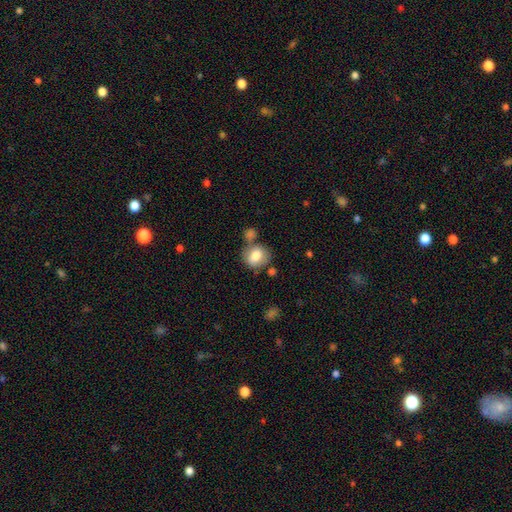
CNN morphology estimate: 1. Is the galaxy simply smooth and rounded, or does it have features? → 78% smooth, 14% featured or disk, 8% star or artifact.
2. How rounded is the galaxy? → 63% round, 36% in between, 1% cigar-shaped.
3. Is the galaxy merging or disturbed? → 56% none, 21% merger, 17% minor disturbance, 6% major disturbance.